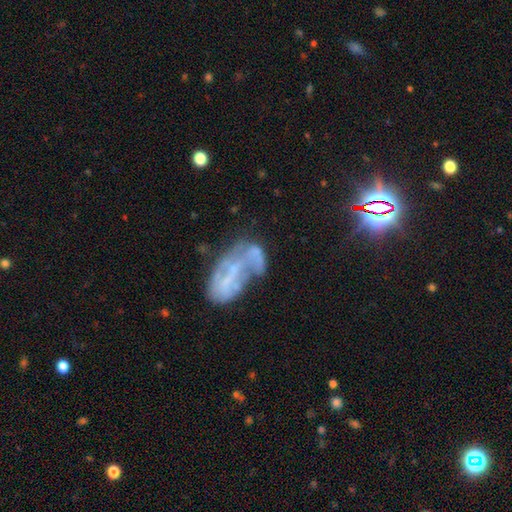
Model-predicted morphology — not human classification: featured or disk 54%, smooth 34%, star or artifact 12%. Down the decision tree: edge-on disk — no (95%); bar — no (65%); spiral arms — no (69%); bulge size — none (57%); merging — major disturbance (39%).